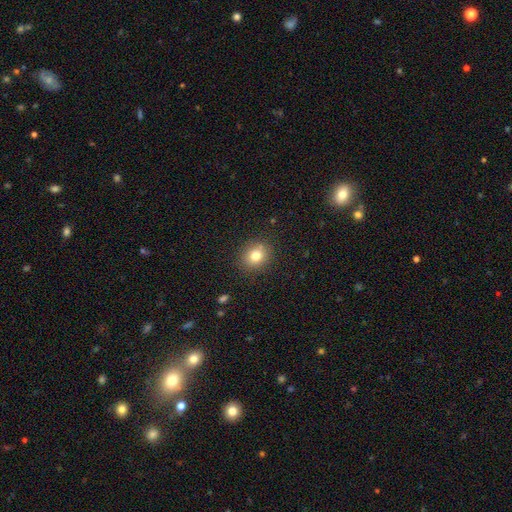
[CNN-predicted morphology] Q: Smooth or featured?
A: smooth (79%); runner-up: star or artifact (12%)
Q: How rounded?
A: round (71%); runner-up: in between (28%)
Q: Merging?
A: none (85%); runner-up: minor disturbance (10%)